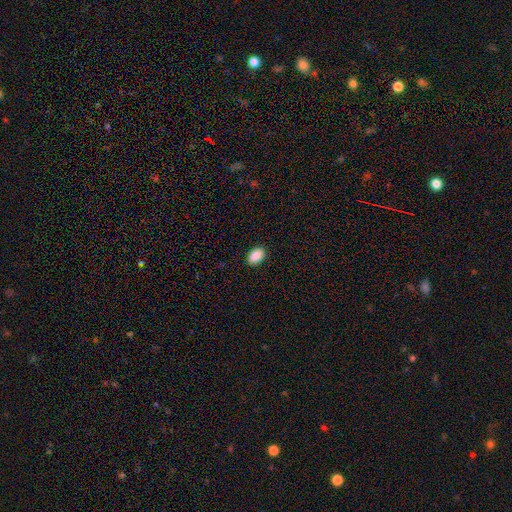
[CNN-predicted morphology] Smooth or featured: smooth — 90% (star or artifact — 7%)
How rounded: in between — 89% (round — 10%)
Merging: none — 90% (minor disturbance — 8%)